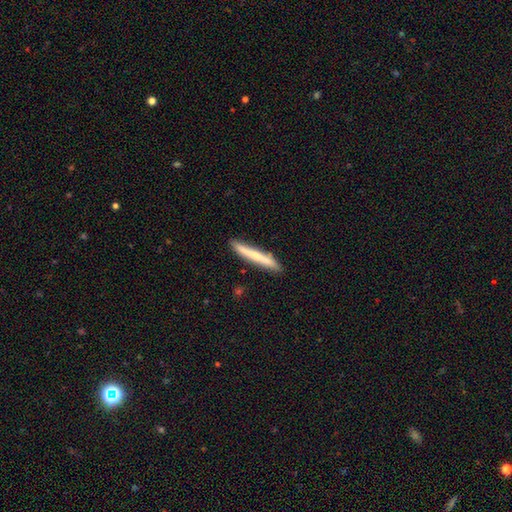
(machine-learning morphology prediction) Q: Smooth or featured?
A: smooth (63%); runner-up: featured or disk (31%)
Q: How rounded?
A: cigar-shaped (96%); runner-up: in between (3%)
Q: Merging?
A: none (89%); runner-up: minor disturbance (8%)